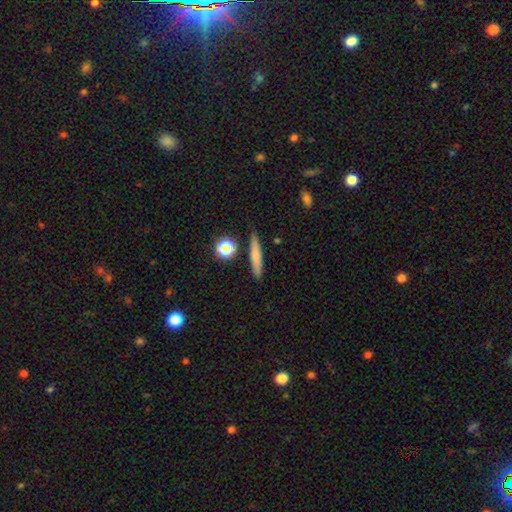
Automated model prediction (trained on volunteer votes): Smooth or featured? Predicted: smooth (p=0.71). How rounded? Predicted: cigar-shaped (p=0.86). Merging? Predicted: none (p=0.85).